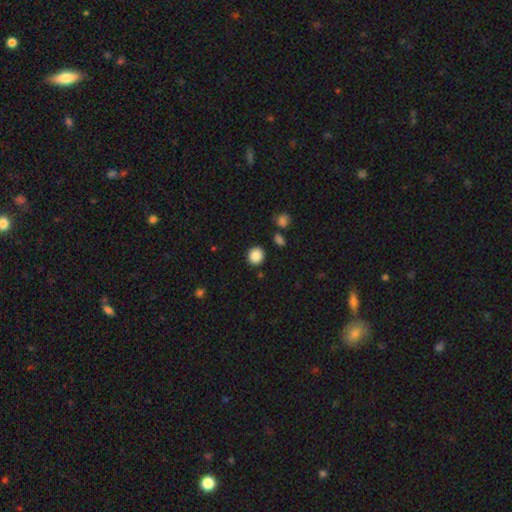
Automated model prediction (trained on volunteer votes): Smooth or featured?
  - smooth: 87% *
  - star or artifact: 9%
  - featured or disk: 4%
How rounded?
  - round: 86% *
  - in between: 13%
  - cigar-shaped: 1%
Merging?
  - none: 89% *
  - minor disturbance: 6%
  - merger: 3%
  - major disturbance: 2%